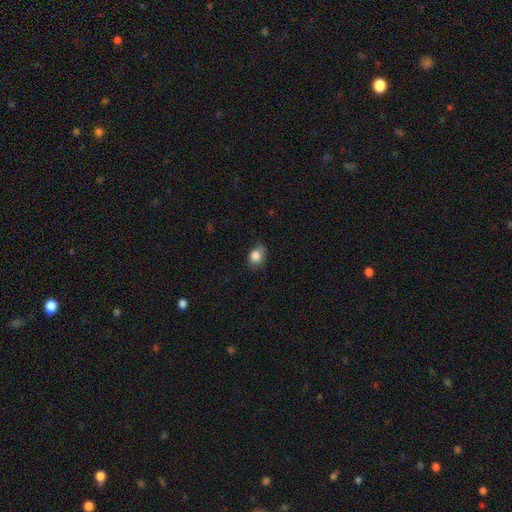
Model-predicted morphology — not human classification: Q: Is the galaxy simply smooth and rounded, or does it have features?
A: smooth — 84%.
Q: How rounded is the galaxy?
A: in between — 52%.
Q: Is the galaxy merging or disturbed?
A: none — 65%.